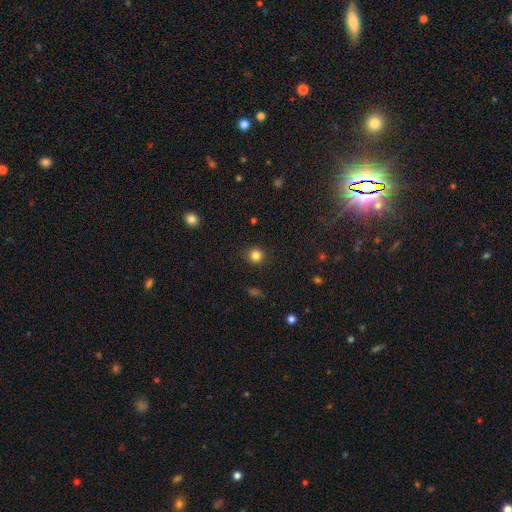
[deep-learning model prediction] Overall: smooth (83%). How rounded: round (93%). Merging: none (91%).